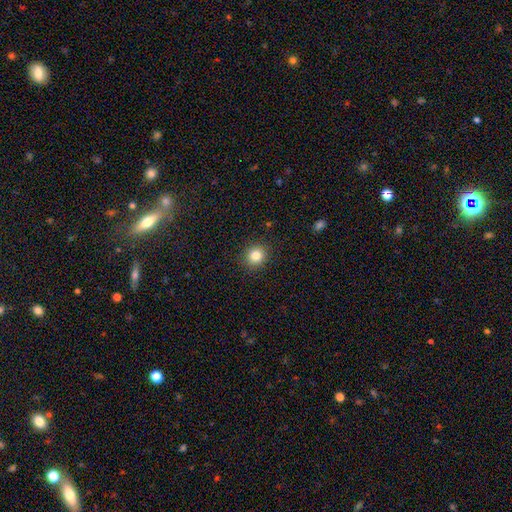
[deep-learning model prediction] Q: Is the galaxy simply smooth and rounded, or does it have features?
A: smooth — 83%.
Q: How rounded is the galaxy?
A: round — 87%.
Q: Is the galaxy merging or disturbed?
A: none — 91%.